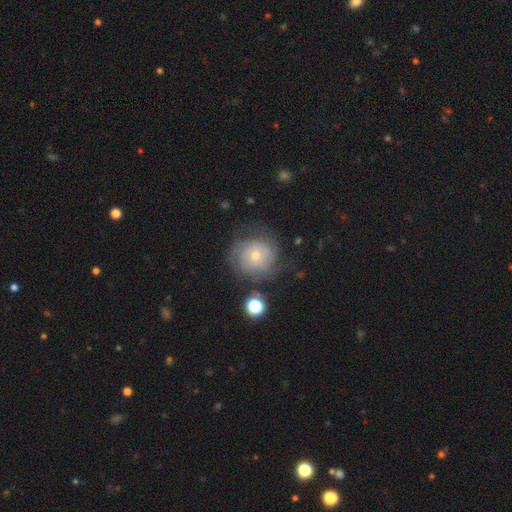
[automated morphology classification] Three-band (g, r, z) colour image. It shows a featured or disk galaxy (64%) with no bar (78%), tight (64%) spiral arms (87%) and a small central bulge (51%). Merging: none (65%).